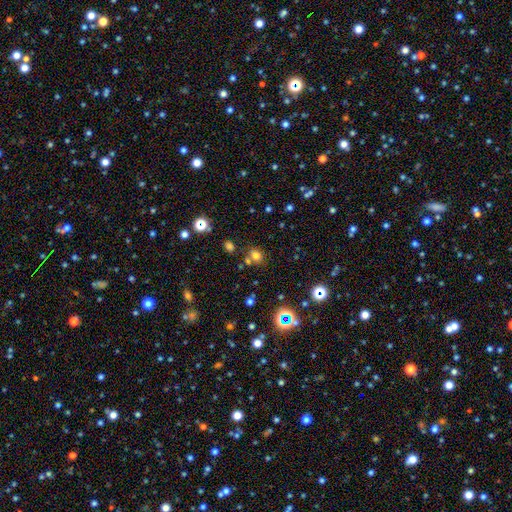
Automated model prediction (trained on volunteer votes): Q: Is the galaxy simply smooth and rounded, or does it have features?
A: smooth — 68%.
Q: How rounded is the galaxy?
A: round — 63%.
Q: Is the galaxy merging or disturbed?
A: none — 67%.